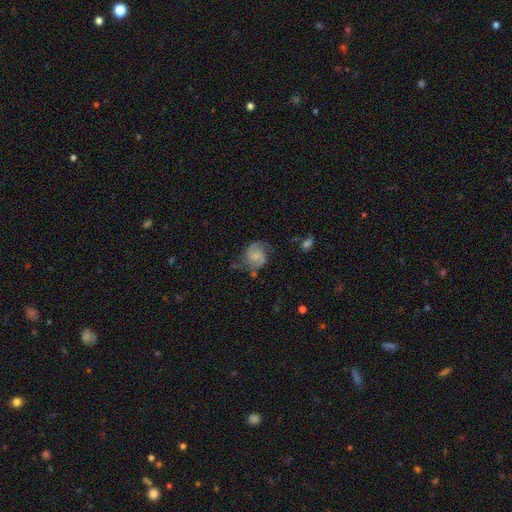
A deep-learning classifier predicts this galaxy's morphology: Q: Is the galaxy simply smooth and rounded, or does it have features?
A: featured or disk — 73%.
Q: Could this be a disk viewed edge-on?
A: no — 98%.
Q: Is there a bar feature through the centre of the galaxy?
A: no — 60%.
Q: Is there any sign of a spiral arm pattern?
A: yes — 94%.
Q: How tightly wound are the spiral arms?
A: medium — 50%.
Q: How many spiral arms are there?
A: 2 — 88%.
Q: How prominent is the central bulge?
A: small — 38%, tied with none.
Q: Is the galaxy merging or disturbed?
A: none — 64%.